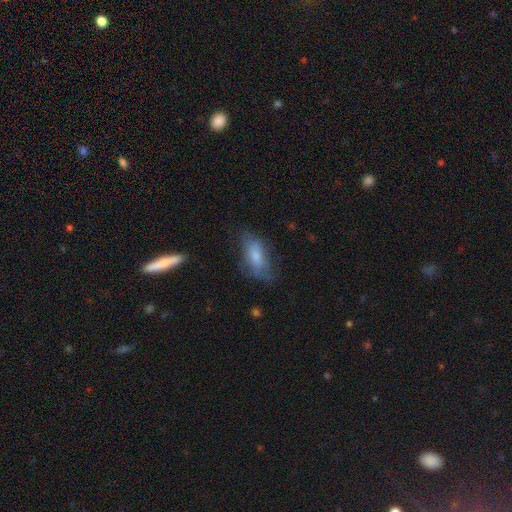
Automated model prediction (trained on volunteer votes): Morphology: type=smooth (68%); roundness=in between (85%); merging=none (54%).